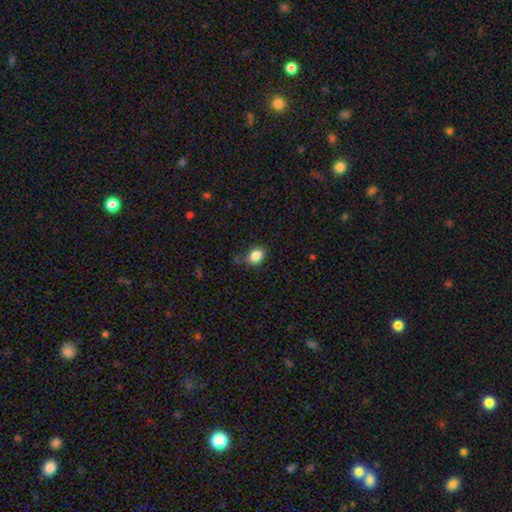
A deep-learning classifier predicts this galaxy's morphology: type=smooth (85%); roundness=in between (62%); merging=none (69%).